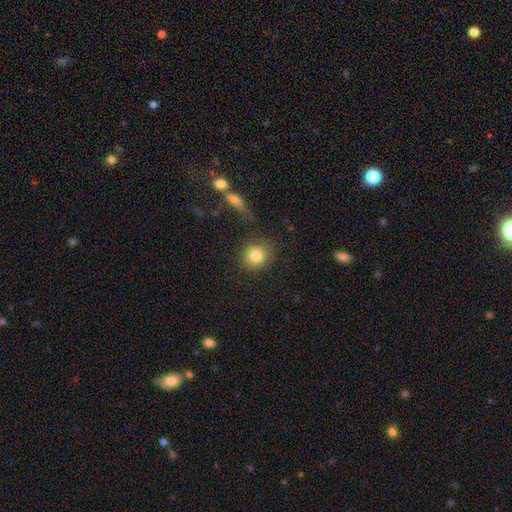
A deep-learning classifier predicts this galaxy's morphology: type=smooth (82%); roundness=round (90%); merging=none (83%).